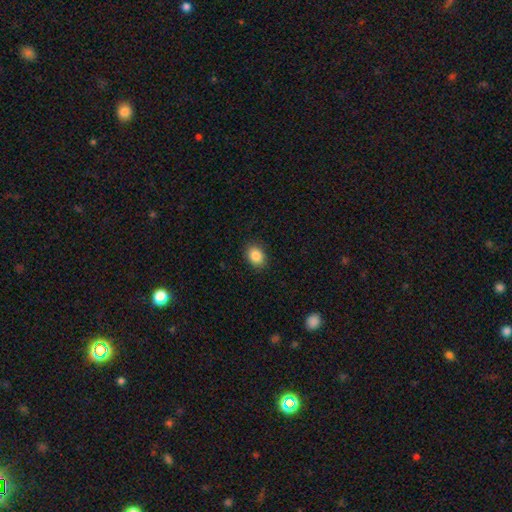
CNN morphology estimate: Smooth or featured? Predicted: smooth (p=0.87). How rounded? Predicted: in between (p=0.59). Merging? Predicted: none (p=0.89).